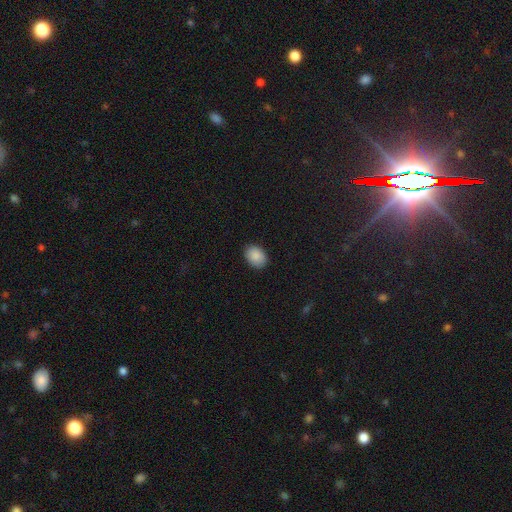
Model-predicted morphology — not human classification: Smooth or featured?
  - smooth: 89% *
  - star or artifact: 7%
  - featured or disk: 3%
How rounded?
  - in between: 73% *
  - round: 26%
  - cigar-shaped: 1%
Merging?
  - none: 88% *
  - minor disturbance: 9%
  - major disturbance: 2%
  - merger: 1%